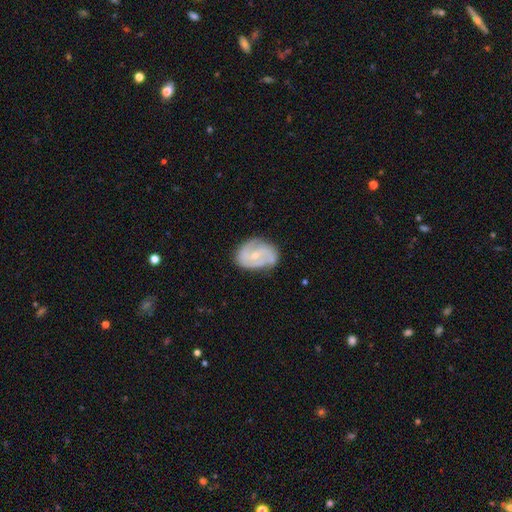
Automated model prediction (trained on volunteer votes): Overall: featured or disk (79%). Edge-on disk: no (97%). Bar: no (49%; weak 39%). Spiral arms: yes (92%). Spiral arm count: 2 (57%; 3 19%). Spiral winding: medium (46%; tight 37%). Bulge size: small (62%; moderate 34%). Merging: none (65%).